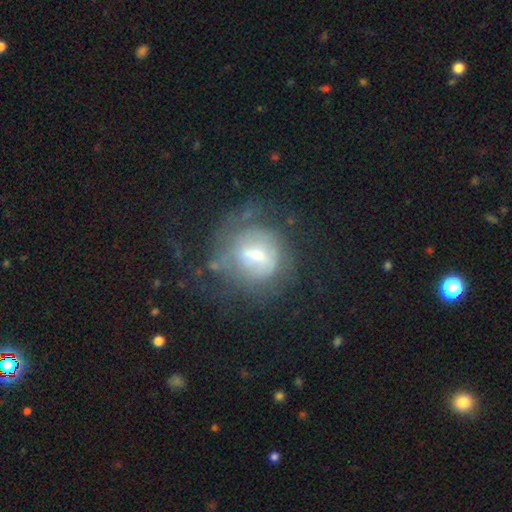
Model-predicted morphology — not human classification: featured or disk 61%, smooth 29%, star or artifact 9%. Down the decision tree: edge-on disk — no (96%); bar — weak (51%); spiral arms — yes (61%); bulge size — moderate (43%, tied with small); merging — none (52%).